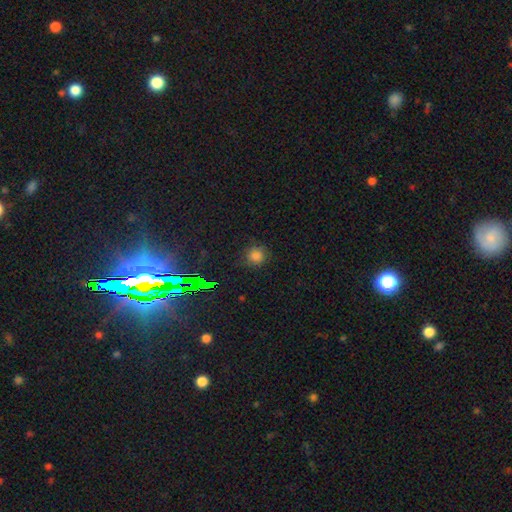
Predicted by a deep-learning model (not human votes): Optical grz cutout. It shows a smooth galaxy with no disk features (76%) that is round (89%). Merging: none (81%).